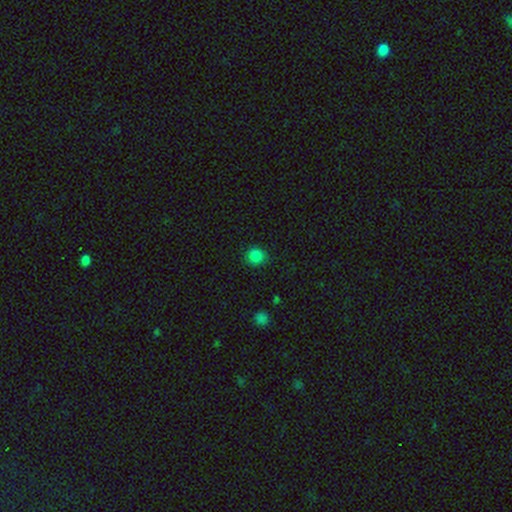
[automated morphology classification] A smooth galaxy with no disk features (85%) that is round (86%).

Vote fractions:
- Smooth or featured? smooth: 85% / star or artifact: 12% / featured or disk: 3%
- How rounded? round: 86% / in between: 13% / cigar-shaped: 1%
- Merging? none: 84% / minor disturbance: 12% / major disturbance: 3% / merger: 1%